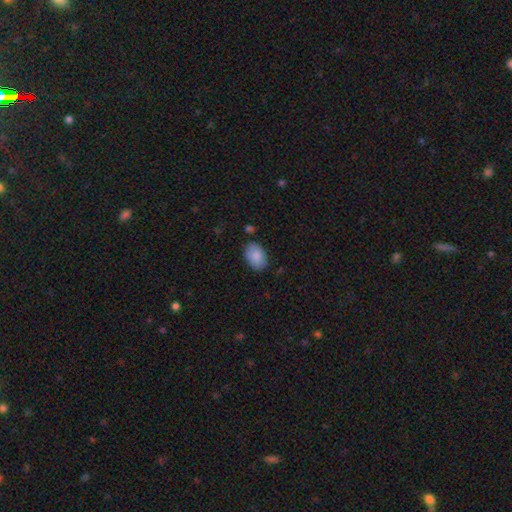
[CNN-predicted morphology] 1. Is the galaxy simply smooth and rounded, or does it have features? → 88% smooth, 6% star or artifact, 6% featured or disk.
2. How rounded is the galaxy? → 86% in between, 13% round, 1% cigar-shaped.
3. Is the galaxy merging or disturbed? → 82% none, 13% minor disturbance, 3% major disturbance, 2% merger.